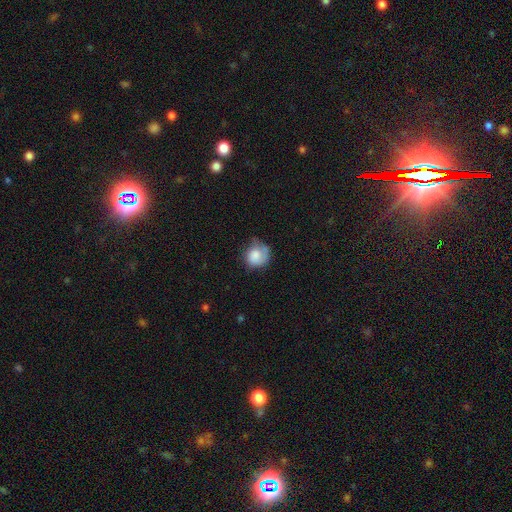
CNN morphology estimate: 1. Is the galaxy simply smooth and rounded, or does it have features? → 71% smooth, 22% featured or disk, 7% star or artifact.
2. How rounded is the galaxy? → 74% round, 25% in between, 1% cigar-shaped.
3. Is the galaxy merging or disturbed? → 44% none, 32% minor disturbance, 21% major disturbance, 3% merger.